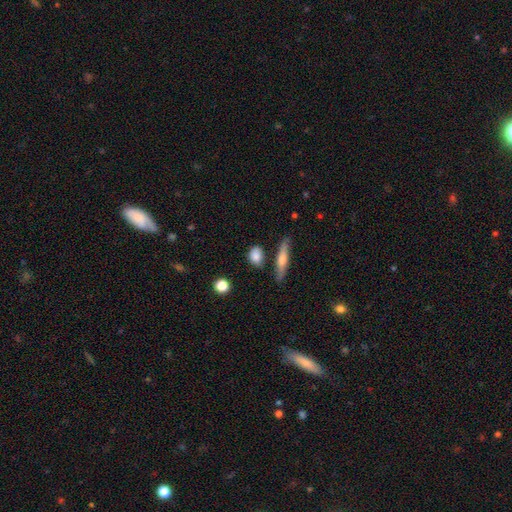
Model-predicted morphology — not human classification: Smooth or featured? Predicted: smooth (p=0.81). How rounded? Predicted: in between (p=0.50). Merging? Predicted: none (p=0.74).